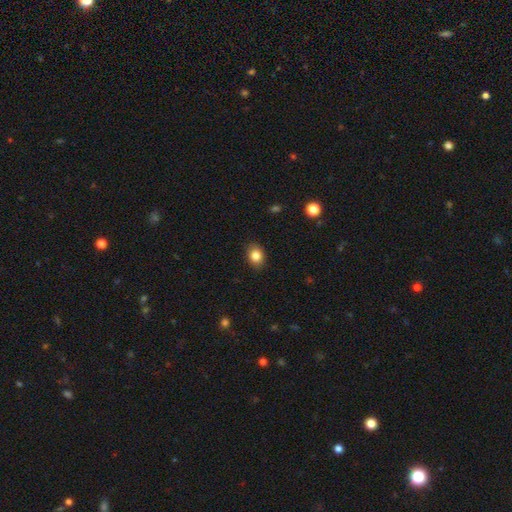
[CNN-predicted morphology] Q: Smooth or featured?
A: smooth (85%); runner-up: star or artifact (10%)
Q: How rounded?
A: in between (55%); runner-up: round (44%)
Q: Merging?
A: none (87%); runner-up: minor disturbance (10%)